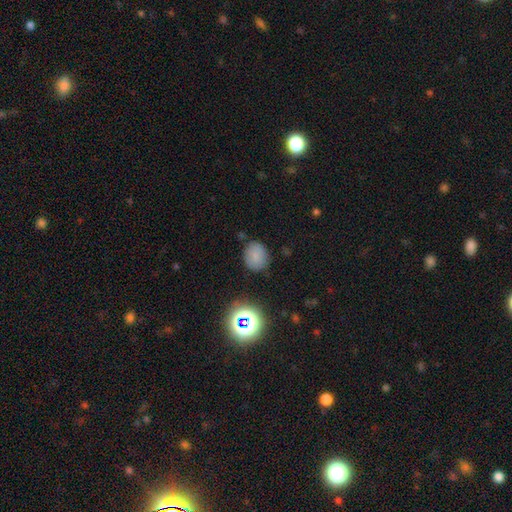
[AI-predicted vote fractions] The model was most divided on "how rounded": round: 61%, in between: 38%, cigar-shaped: 1%. More confident: merging — none (80%); smooth or featured — smooth (75%).